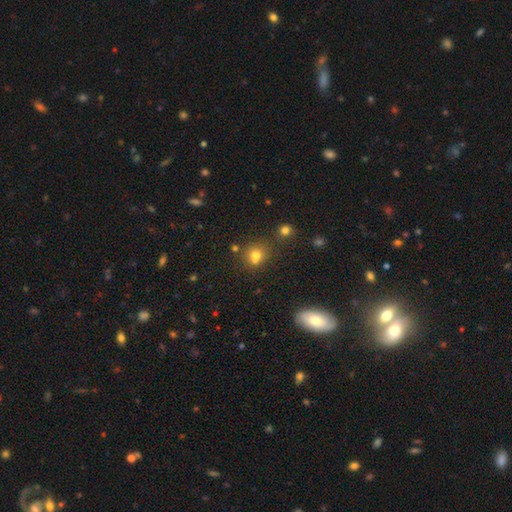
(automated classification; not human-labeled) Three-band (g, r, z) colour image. It shows a smooth galaxy with no disk features (73%) that is round (74%). Merging: none (57%).